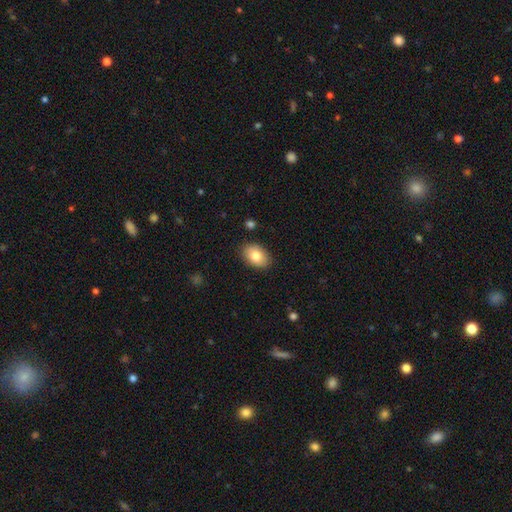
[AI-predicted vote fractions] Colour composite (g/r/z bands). It shows a smooth galaxy with no disk features (81%) that is in between round and cigar-shaped (85%). Merging: none (87%).